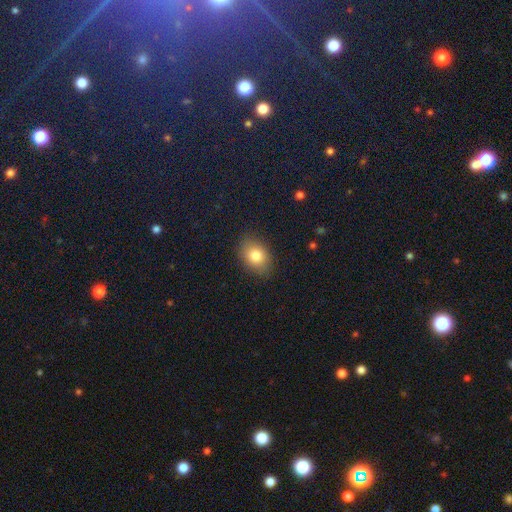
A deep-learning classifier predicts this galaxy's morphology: Smooth or featured? Predicted: smooth (p=0.81). How rounded? Predicted: in between (p=0.68). Merging? Predicted: none (p=0.86).